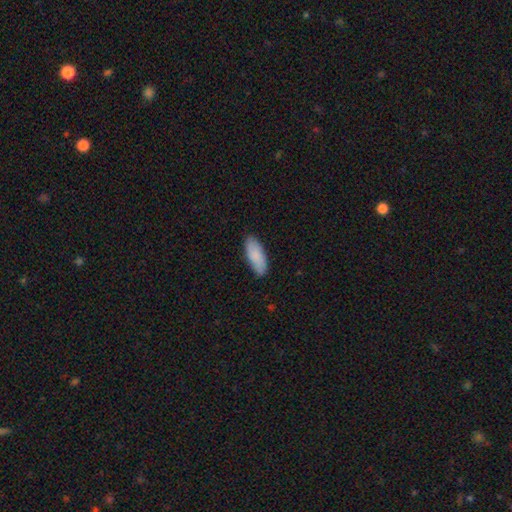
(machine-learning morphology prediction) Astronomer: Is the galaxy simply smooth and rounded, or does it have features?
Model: smooth — 86%.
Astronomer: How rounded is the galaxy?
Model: in between — 79%.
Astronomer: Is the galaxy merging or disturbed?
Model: none — 84%.